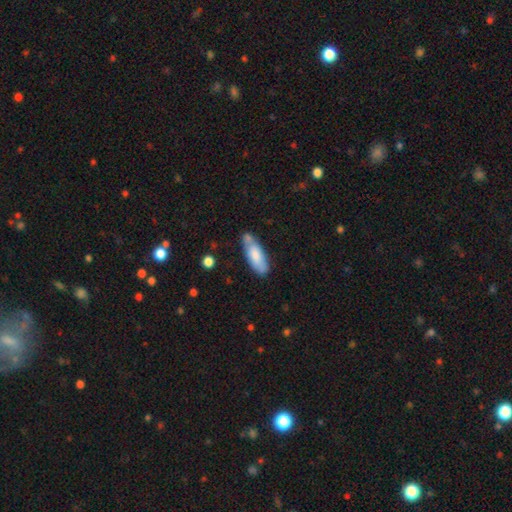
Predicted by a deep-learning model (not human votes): Overall: smooth (76%). How rounded: in between (61%; cigar-shaped 37%). Merging: none (58%; minor disturbance 22%).